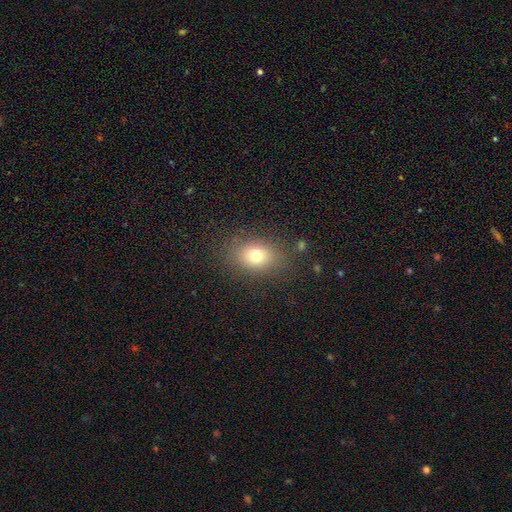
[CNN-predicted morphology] smooth_or_featured: smooth (p=0.75) [alt: star or artifact p=0.13]
how_rounded: in between (p=0.65) [alt: round p=0.34]
merging: none (p=0.81) [alt: minor disturbance p=0.12]